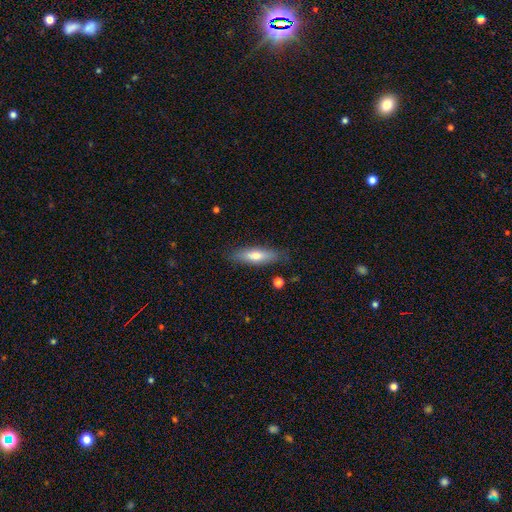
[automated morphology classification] Q: Smooth or featured?
A: smooth (66%); runner-up: featured or disk (27%)
Q: How rounded?
A: cigar-shaped (59%); runner-up: in between (39%)
Q: Merging?
A: none (83%); runner-up: minor disturbance (13%)